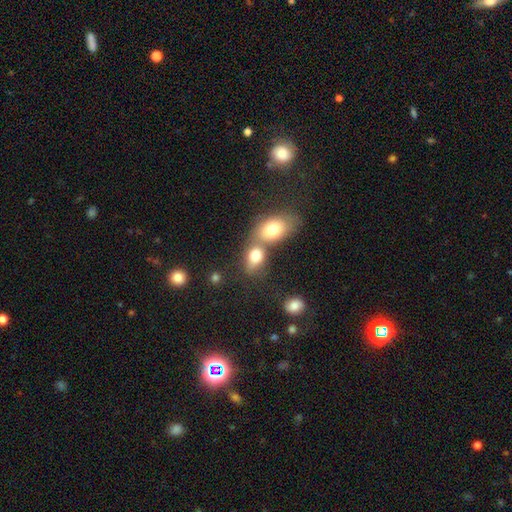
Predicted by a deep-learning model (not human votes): Morphology: type=smooth (77%); roundness=in between (75%); merging=merger (54%).